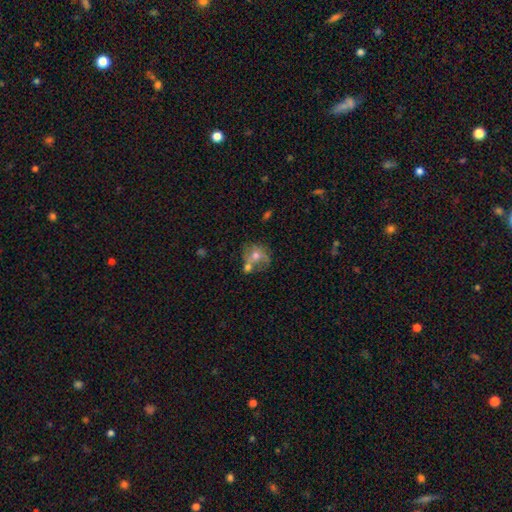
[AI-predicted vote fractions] Q: Smooth or featured?
A: smooth (50%); runner-up: featured or disk (39%)
Q: How rounded?
A: round (66%); runner-up: in between (33%)
Q: Merging?
A: none (40%); runner-up: merger (33%)